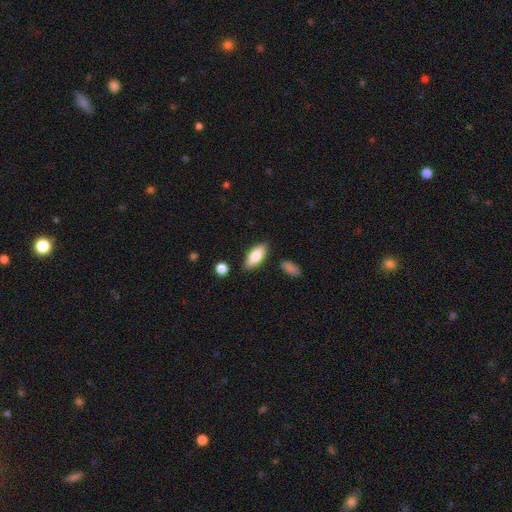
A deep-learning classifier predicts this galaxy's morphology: Smooth or featured? smooth (76%)
How rounded? in between (82%)
Merging? none (83%)